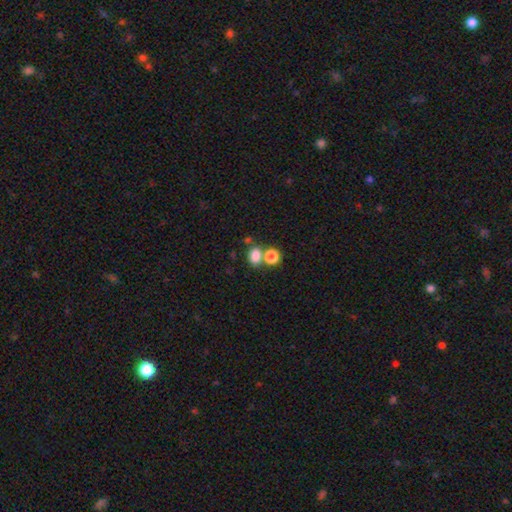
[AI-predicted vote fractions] A smooth galaxy with no disk features (80%) that is in between round and cigar-shaped (59%).

Vote fractions:
- Smooth or featured? smooth: 80% / star or artifact: 13% / featured or disk: 7%
- How rounded? in between: 59% / round: 40% / cigar-shaped: 1%
- Merging? none: 52% / merger: 34% / minor disturbance: 10% / major disturbance: 4%